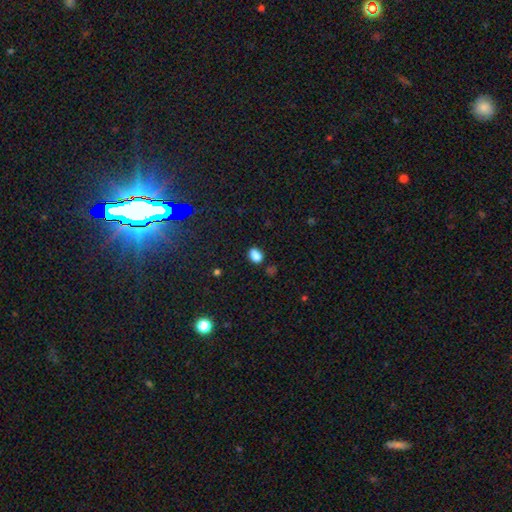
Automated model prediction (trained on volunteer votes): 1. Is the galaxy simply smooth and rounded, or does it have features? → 82% smooth, 13% star or artifact, 6% featured or disk.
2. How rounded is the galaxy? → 76% in between, 23% round, 2% cigar-shaped.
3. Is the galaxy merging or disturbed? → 67% none, 19% minor disturbance, 9% merger, 5% major disturbance.